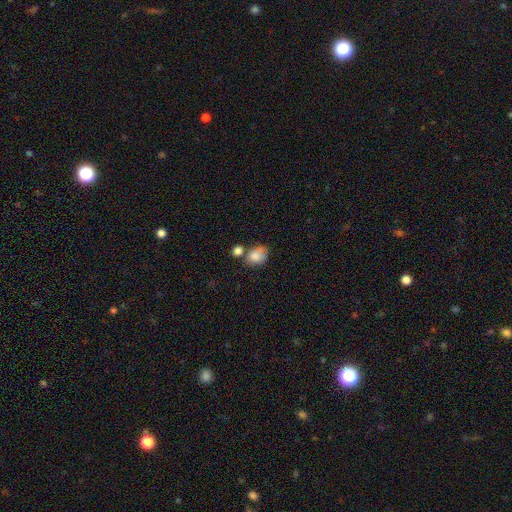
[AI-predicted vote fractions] Q: Smooth or featured?
A: smooth (84%); runner-up: star or artifact (9%)
Q: How rounded?
A: in between (63%); runner-up: round (36%)
Q: Merging?
A: none (43%); runner-up: merger (28%)